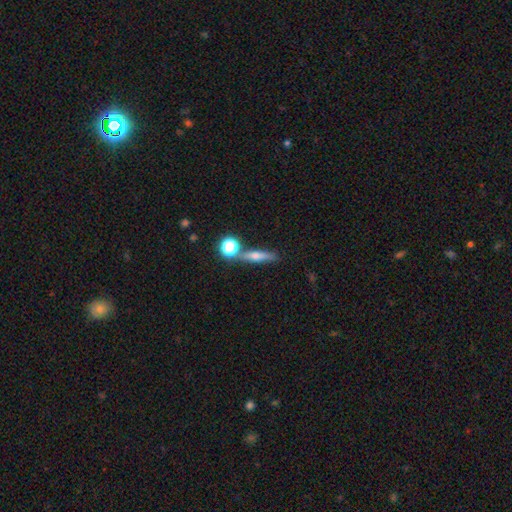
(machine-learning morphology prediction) Smooth or featured?
  - smooth: 47% *
  - featured or disk: 41%
  - star or artifact: 12%
Merging?
  - none: 73% *
  - merger: 13%
  - minor disturbance: 10%
  - major disturbance: 4%